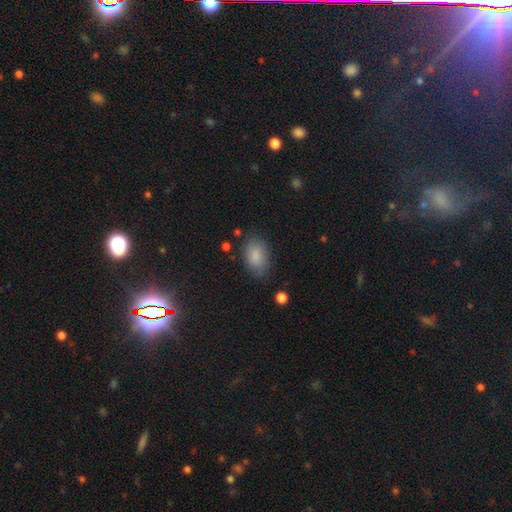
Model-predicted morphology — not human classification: Smooth or featured?
  - smooth: 85% *
  - featured or disk: 8%
  - star or artifact: 7%
How rounded?
  - in between: 88% *
  - round: 11%
  - cigar-shaped: 1%
Merging?
  - none: 74% *
  - minor disturbance: 19%
  - major disturbance: 5%
  - merger: 2%